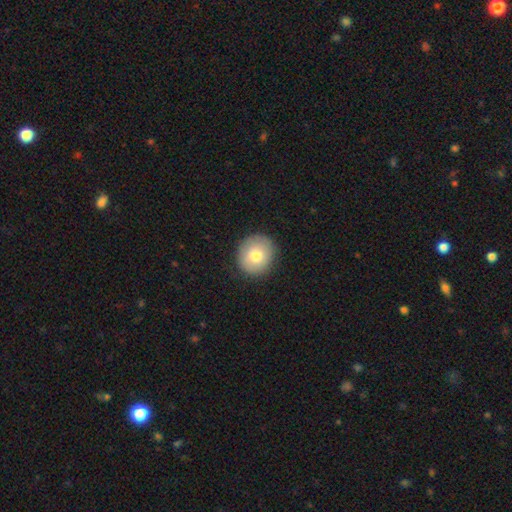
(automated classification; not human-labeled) This appears to be a smooth galaxy with no disk features (77%) that is round (87%). Merging: none (88%).